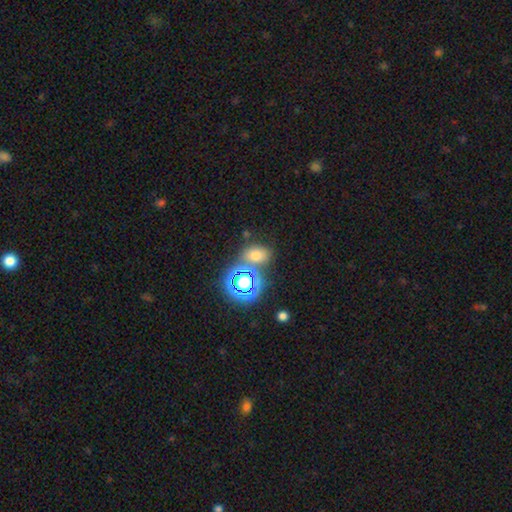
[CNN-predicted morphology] type=smooth (60%); roundness=in between (65%); merging=none (67%).